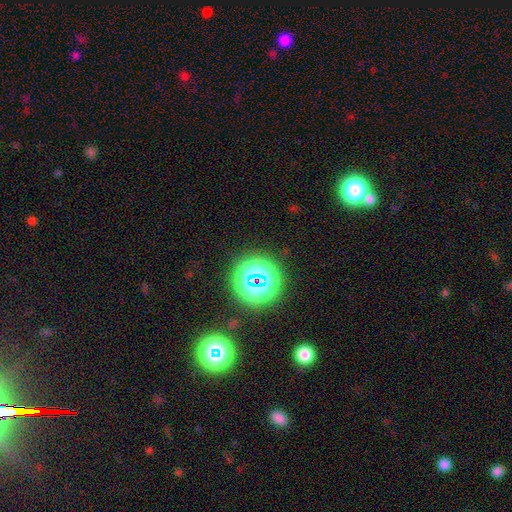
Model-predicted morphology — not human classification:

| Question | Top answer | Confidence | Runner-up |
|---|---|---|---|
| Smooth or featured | star or artifact | 79% | smooth (14%) |